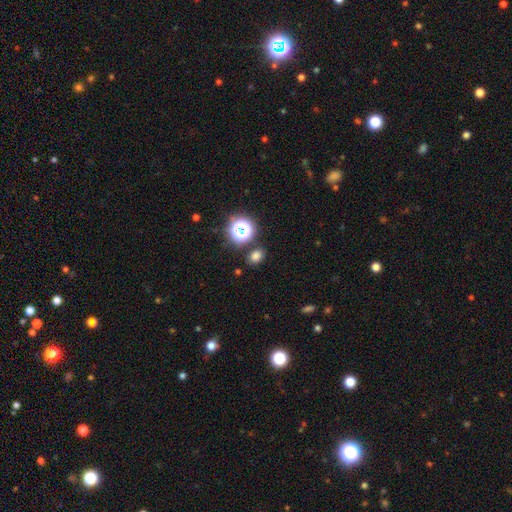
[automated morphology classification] A smooth galaxy with no disk features (73%) that is in between round and cigar-shaped (56%).

Vote fractions:
- Smooth or featured? smooth: 73% / star or artifact: 21% / featured or disk: 6%
- How rounded? in between: 56% / round: 43% / cigar-shaped: 1%
- Merging? none: 82% / minor disturbance: 10% / merger: 5% / major disturbance: 3%